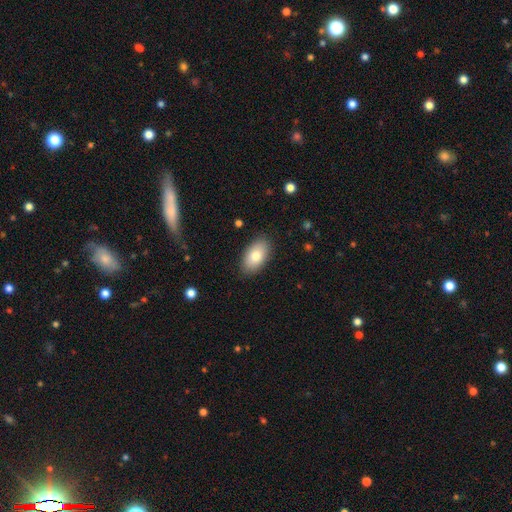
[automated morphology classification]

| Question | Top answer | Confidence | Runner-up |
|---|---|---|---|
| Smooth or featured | smooth | 79% | featured or disk (14%) |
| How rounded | in between | 93% | round (5%) |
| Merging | none | 87% | minor disturbance (10%) |